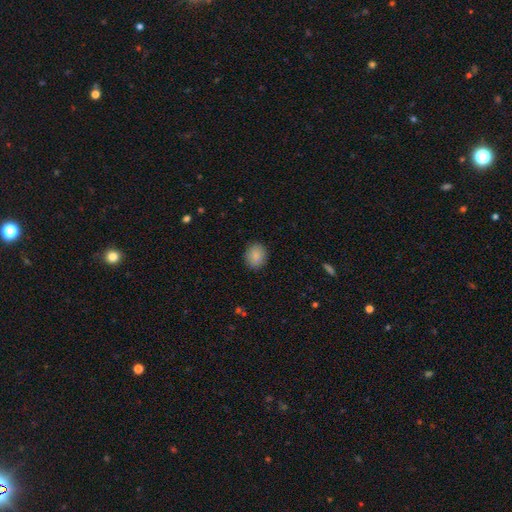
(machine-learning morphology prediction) Smooth or featured? smooth (86%)
How rounded? round (68%)
Merging? none (88%)